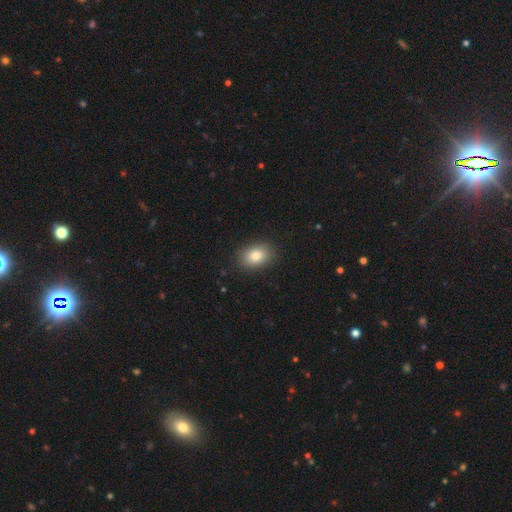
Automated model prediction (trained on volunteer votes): Overall: smooth (83%). How rounded: in between (75%). Merging: none (87%).